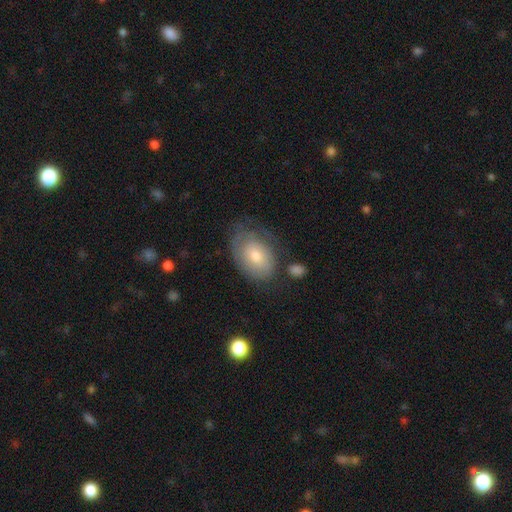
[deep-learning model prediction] Q: Smooth or featured?
A: smooth (59%); runner-up: featured or disk (34%)
Q: How rounded?
A: in between (85%); runner-up: round (13%)
Q: Merging?
A: none (52%); runner-up: minor disturbance (29%)